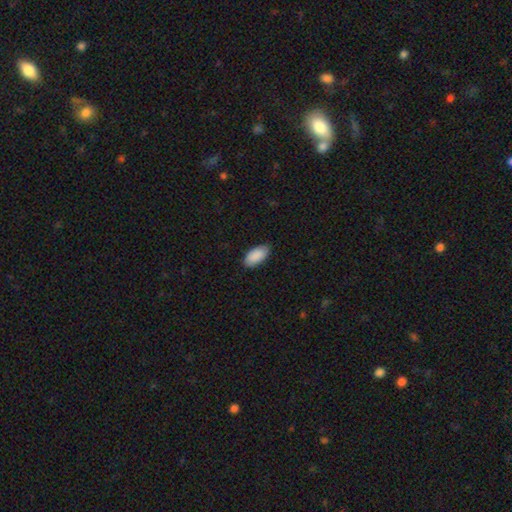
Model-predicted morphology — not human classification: type=smooth (90%); roundness=in between (95%); merging=none (84%).